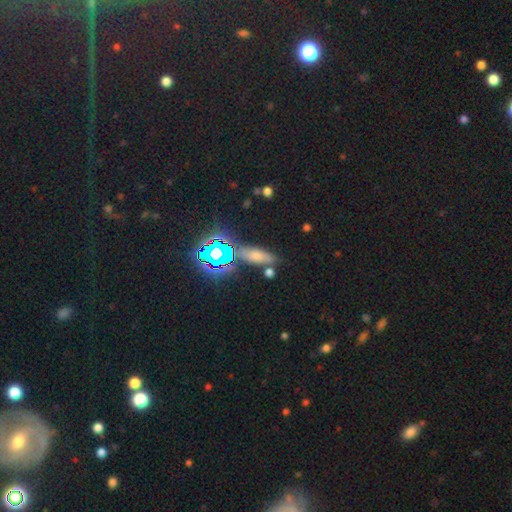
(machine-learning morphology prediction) Smooth or featured: smooth — 58% (star or artifact — 29%)
How rounded: in between — 56% (cigar-shaped — 36%)
Merging: none — 74% (minor disturbance — 13%)